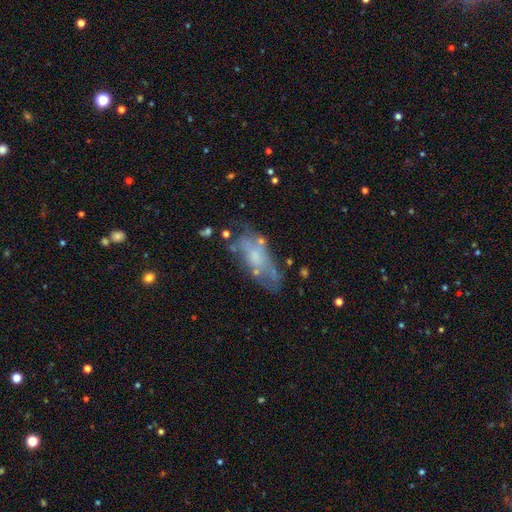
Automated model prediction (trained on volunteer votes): featured or disk 51%, smooth 39%, star or artifact 10%. Down the decision tree: edge-on disk — no (87%); merging — none (48%).